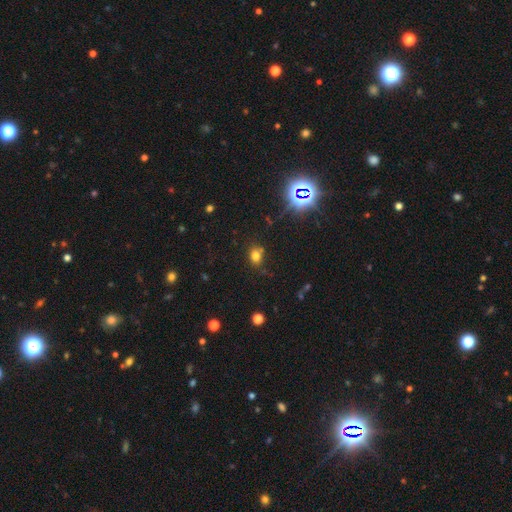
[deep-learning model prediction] Morphology: type=smooth (71%); roundness=in between (53%); merging=none (73%).